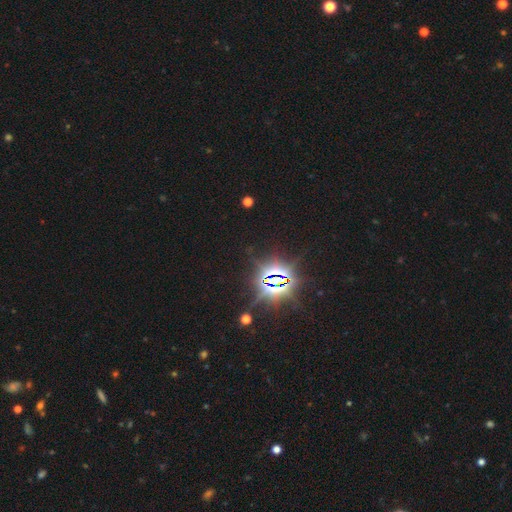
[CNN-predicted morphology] smooth-or-featured: star or artifact: 86% | smooth: 8% | featured or disk: 6%